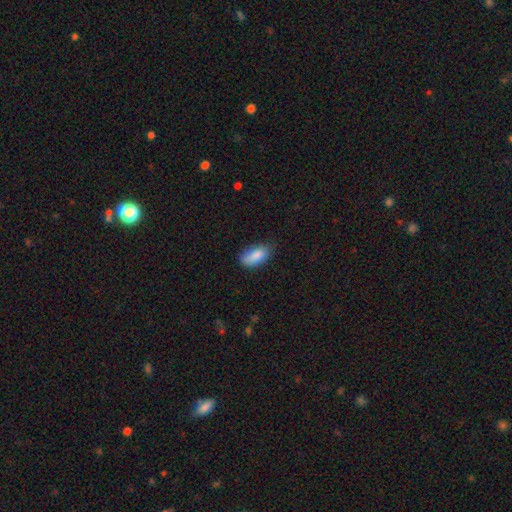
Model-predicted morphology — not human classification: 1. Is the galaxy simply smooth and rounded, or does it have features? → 85% smooth, 8% featured or disk, 7% star or artifact.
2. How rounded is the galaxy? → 90% in between, 7% cigar-shaped, 3% round.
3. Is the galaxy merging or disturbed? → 70% none, 25% minor disturbance, 4% major disturbance, 1% merger.